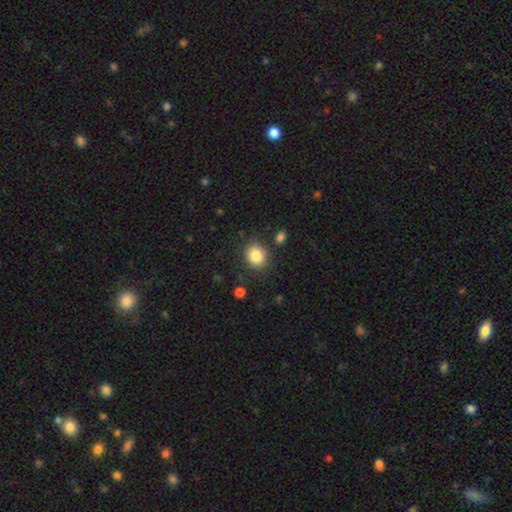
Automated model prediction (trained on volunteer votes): Q: Smooth or featured?
A: smooth (85%); runner-up: star or artifact (10%)
Q: How rounded?
A: round (69%); runner-up: in between (30%)
Q: Merging?
A: none (84%); runner-up: minor disturbance (10%)